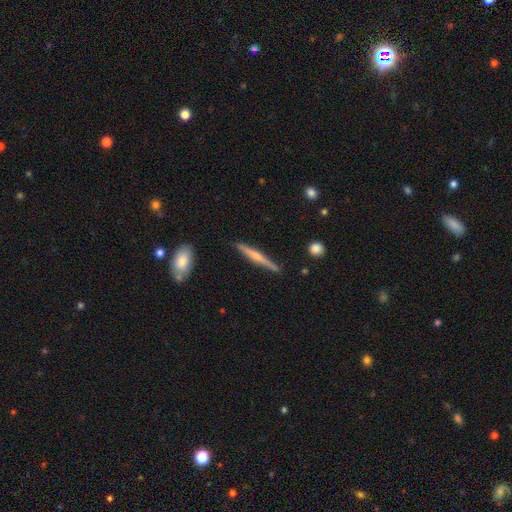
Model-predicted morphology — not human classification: Smooth or featured? Predicted: featured or disk (p=0.66). Edge-on disk? Predicted: yes (p=0.98). Edge-on bulge? Predicted: rounded (p=0.81). Merging? Predicted: none (p=0.89).